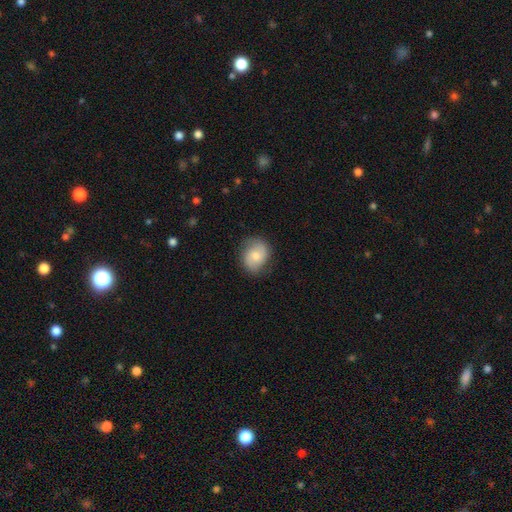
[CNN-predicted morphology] The model was most divided on "how rounded": round: 52%, in between: 47%, cigar-shaped: 1%. More confident: merging — none (77%); smooth or featured — smooth (61%).